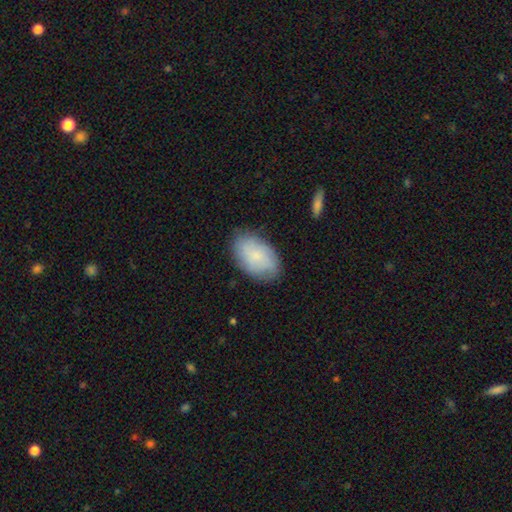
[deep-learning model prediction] smooth_or_featured: smooth (p=0.71) [alt: featured or disk p=0.22]
how_rounded: in between (p=0.93) [alt: round p=0.06]
merging: none (p=0.80) [alt: minor disturbance p=0.15]